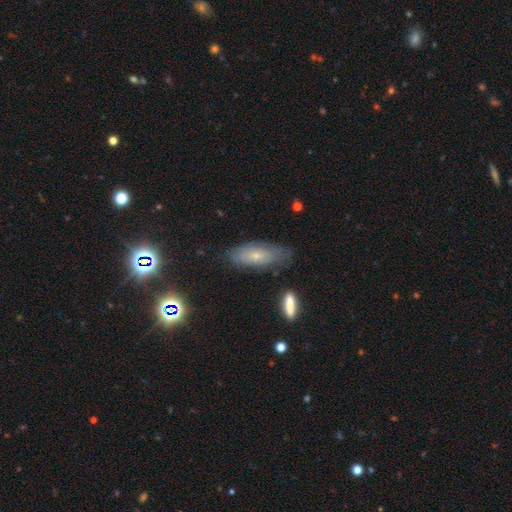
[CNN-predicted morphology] The model was most divided on "smooth or featured": smooth: 55%, featured or disk: 35%, star or artifact: 10%. More confident: how rounded — in between (71%); merging — none (67%).